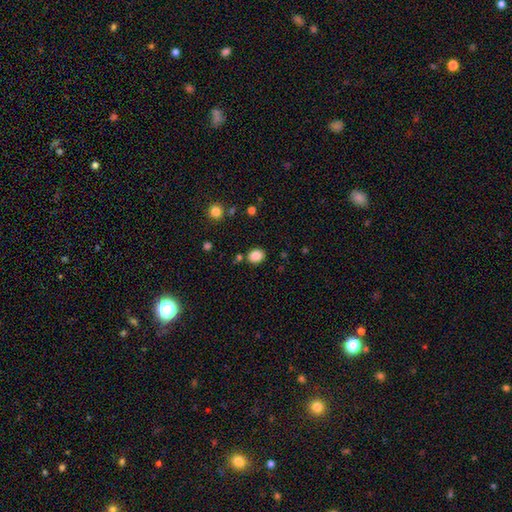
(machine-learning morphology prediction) Overall: smooth (86%). How rounded: round (51%; in between 48%). Merging: none (80%).